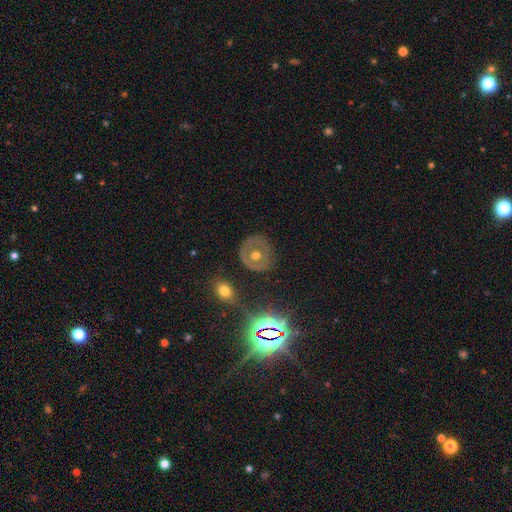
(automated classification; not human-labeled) This is possibly a featured or disk galaxy (48%). Merging: clearly none (81%).